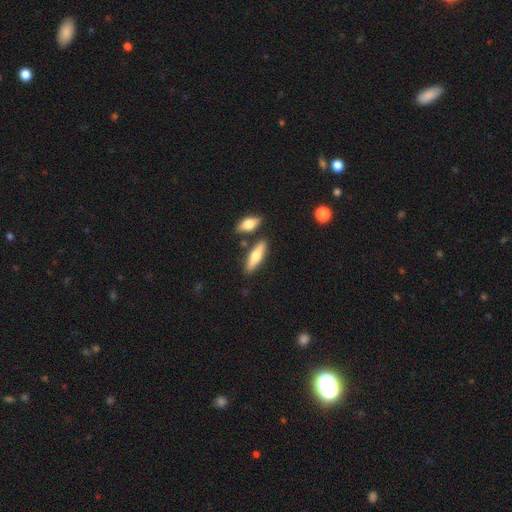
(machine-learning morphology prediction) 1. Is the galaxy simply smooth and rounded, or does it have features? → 60% smooth, 34% featured or disk, 6% star or artifact.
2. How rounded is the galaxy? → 58% cigar-shaped, 40% in between, 3% round.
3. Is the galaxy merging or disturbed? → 77% none, 11% merger, 10% minor disturbance, 2% major disturbance.